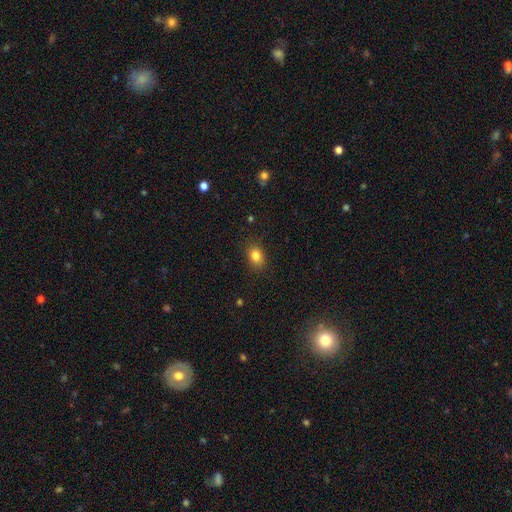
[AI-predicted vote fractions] smooth_or_featured: smooth (p=0.83) [alt: star or artifact p=0.11]
how_rounded: in between (p=0.64) [alt: round p=0.35]
merging: none (p=0.86) [alt: minor disturbance p=0.10]